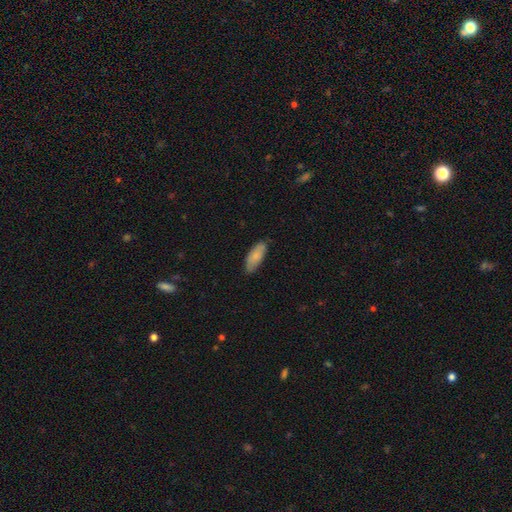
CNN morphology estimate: A smooth galaxy with no disk features (82%) that is in between round and cigar-shaped (77%).

Vote fractions:
- Smooth or featured? smooth: 82% / featured or disk: 13% / star or artifact: 5%
- How rounded? in between: 77% / cigar-shaped: 22% / round: 2%
- Merging? none: 78% / minor disturbance: 18% / major disturbance: 3% / merger: 1%